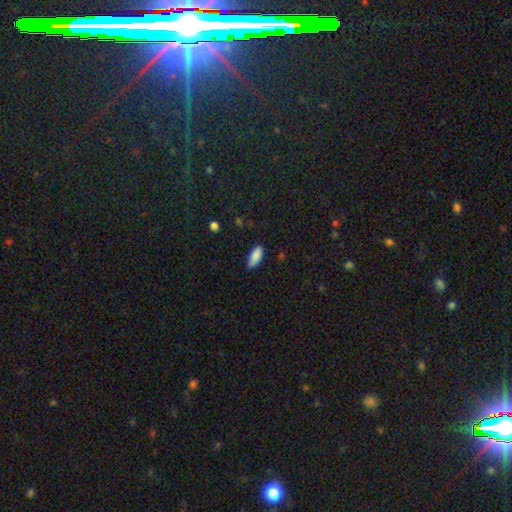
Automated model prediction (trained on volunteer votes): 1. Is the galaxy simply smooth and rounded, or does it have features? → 88% smooth, 7% star or artifact, 5% featured or disk.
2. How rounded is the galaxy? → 84% in between, 14% cigar-shaped, 2% round.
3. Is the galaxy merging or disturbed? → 80% none, 16% minor disturbance, 3% major disturbance, 1% merger.